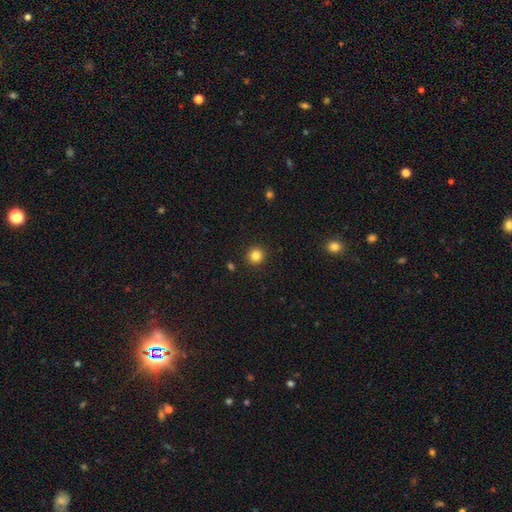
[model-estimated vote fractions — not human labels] The model was most divided on "smooth or featured": smooth: 84%, star or artifact: 11%, featured or disk: 5%. More confident: how rounded — round (93%); merging — none (92%).